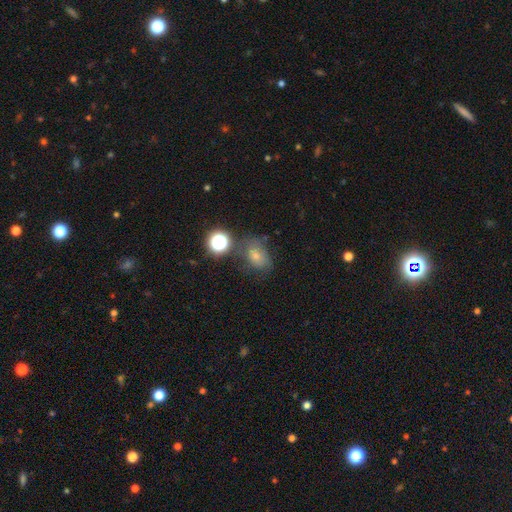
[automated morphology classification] This is possibly a smooth galaxy (47%). Merging: likely none (66%).